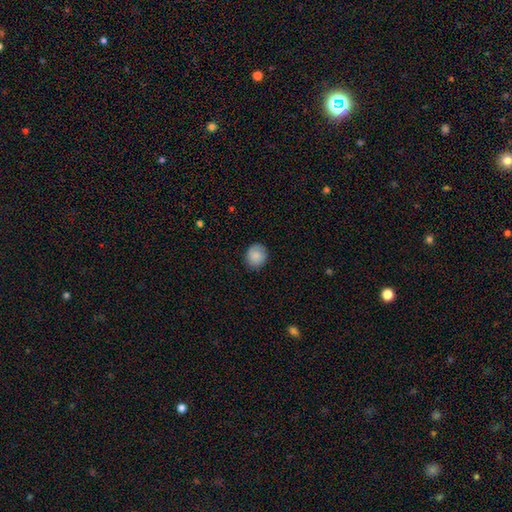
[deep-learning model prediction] This appears to be a smooth galaxy with no disk features (87%) that is round (81%). Merging: none (87%).